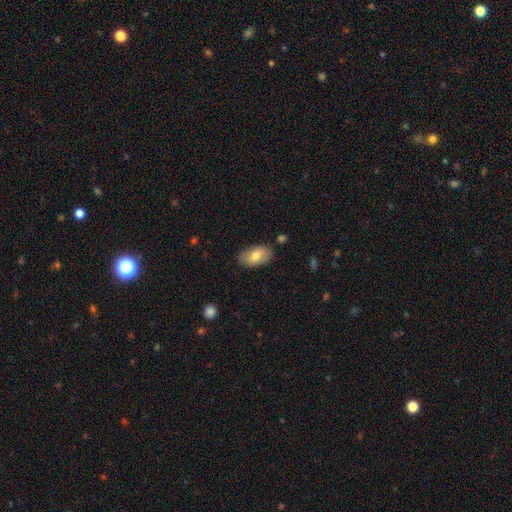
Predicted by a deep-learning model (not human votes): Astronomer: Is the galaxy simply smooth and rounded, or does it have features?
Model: smooth — 73%.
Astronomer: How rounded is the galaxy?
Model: in between — 94%.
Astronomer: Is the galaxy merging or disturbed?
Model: none — 84%.